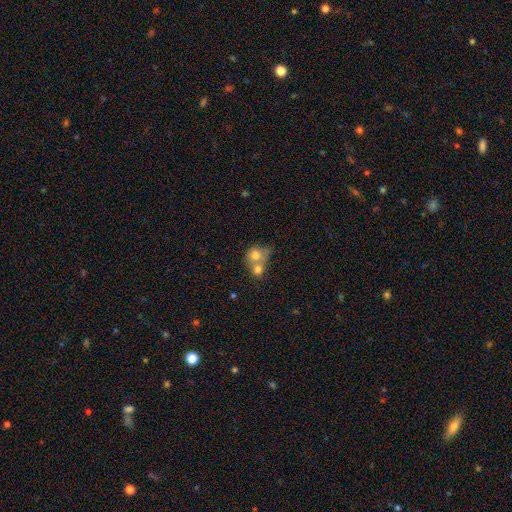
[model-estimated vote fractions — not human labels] Smooth or featured: smooth — 72% (featured or disk — 18%)
How rounded: round — 69% (in between — 30%)
Merging: merger — 70% (none — 18%)